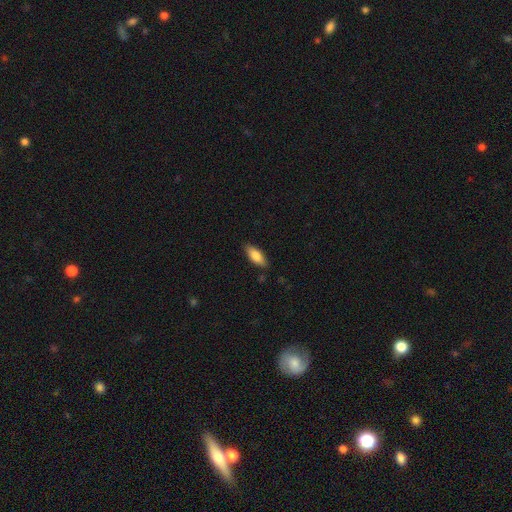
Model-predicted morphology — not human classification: Smooth or featured?
  - smooth: 82% *
  - featured or disk: 12%
  - star or artifact: 6%
How rounded?
  - in between: 75% *
  - cigar-shaped: 24%
  - round: 2%
Merging?
  - none: 85% *
  - minor disturbance: 12%
  - major disturbance: 2%
  - merger: 1%